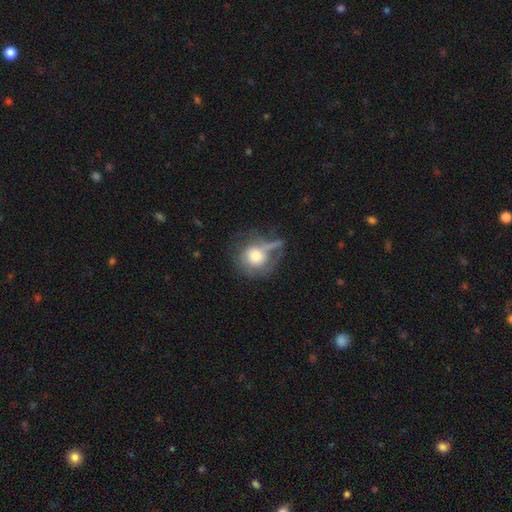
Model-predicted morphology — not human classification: A smooth galaxy with no disk features (63%) that is round (85%).

Vote fractions:
- Smooth or featured? smooth: 63% / featured or disk: 28% / star or artifact: 9%
- How rounded? round: 85% / in between: 14% / cigar-shaped: 1%
- Merging? none: 42% / major disturbance: 24% / minor disturbance: 24% / merger: 10%